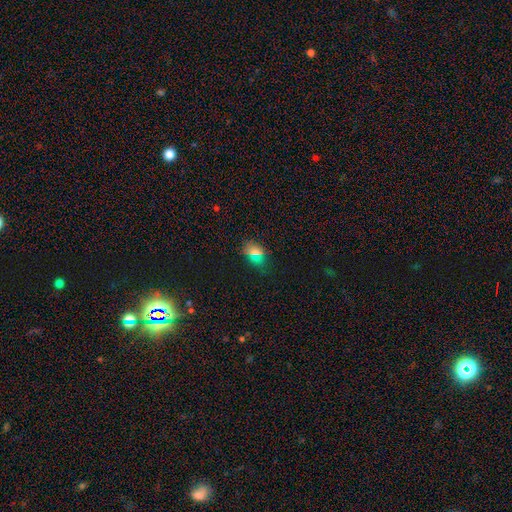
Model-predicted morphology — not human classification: Overall: smooth (65%; star or artifact 26%). How rounded: in between (77%). Merging: none (83%).